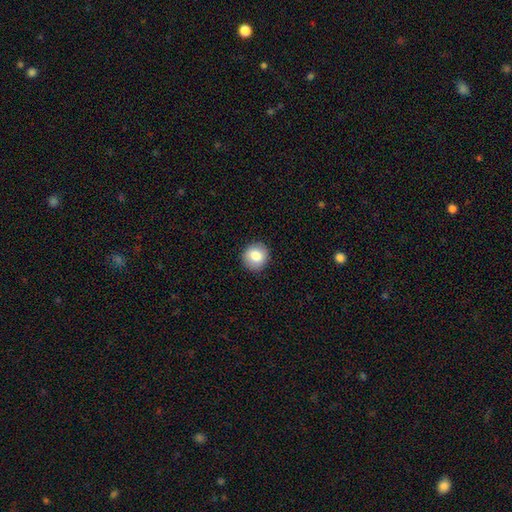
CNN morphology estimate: Smooth or featured: smooth — 82% (featured or disk — 10%)
How rounded: round — 89% (in between — 10%)
Merging: none — 91% (minor disturbance — 6%)